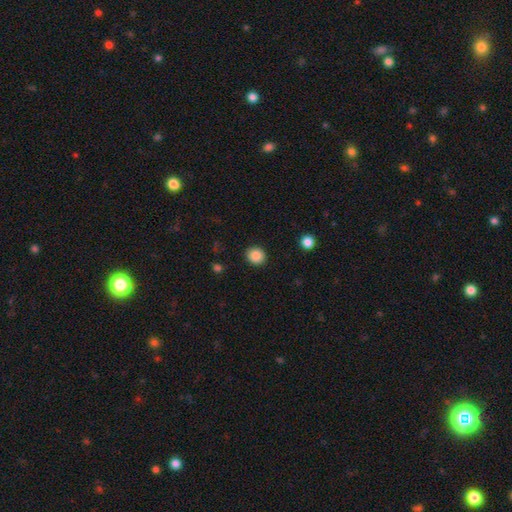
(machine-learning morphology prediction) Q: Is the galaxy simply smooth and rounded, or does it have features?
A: smooth — 88%.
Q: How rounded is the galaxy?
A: round — 89%.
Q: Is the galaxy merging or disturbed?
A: none — 91%.